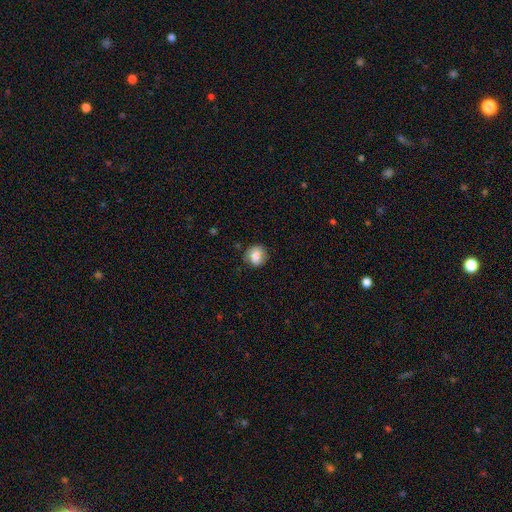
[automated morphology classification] A smooth galaxy with no disk features (78%) that is round (74%). Merging: none (80%).